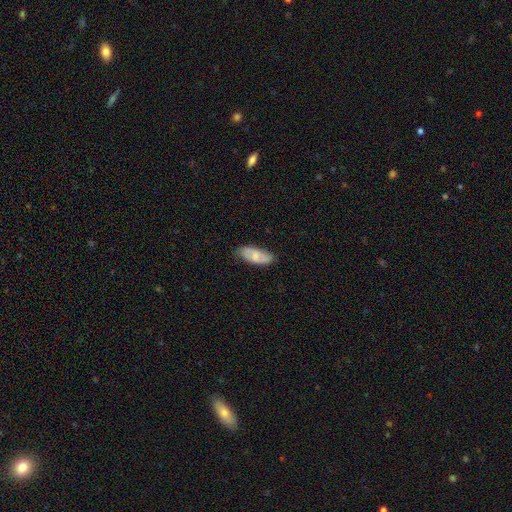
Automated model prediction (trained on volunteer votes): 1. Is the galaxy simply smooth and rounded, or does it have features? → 65% smooth, 29% featured or disk, 6% star or artifact.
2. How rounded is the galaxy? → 83% in between, 15% cigar-shaped, 2% round.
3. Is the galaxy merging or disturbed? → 75% none, 20% minor disturbance, 4% major disturbance, 2% merger.